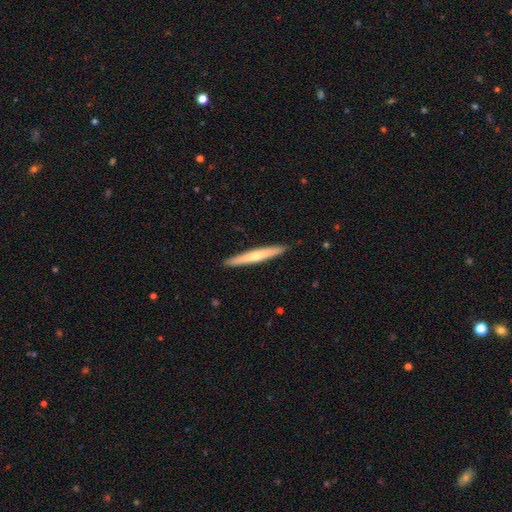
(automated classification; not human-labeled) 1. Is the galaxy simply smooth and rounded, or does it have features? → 56% featured or disk, 38% smooth, 6% star or artifact.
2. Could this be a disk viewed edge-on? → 96% yes, 4% no.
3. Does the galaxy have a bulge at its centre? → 74% rounded, 22% none, 3% boxy.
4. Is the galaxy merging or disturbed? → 92% none, 6% minor disturbance, 1% major disturbance, 1% merger.